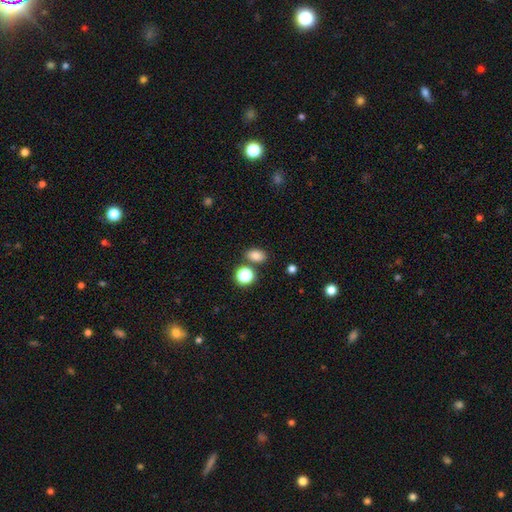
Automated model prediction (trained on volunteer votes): Smooth or featured: smooth — 81% (star or artifact — 13%)
How rounded: in between — 77% (round — 21%)
Merging: none — 78% (minor disturbance — 10%)